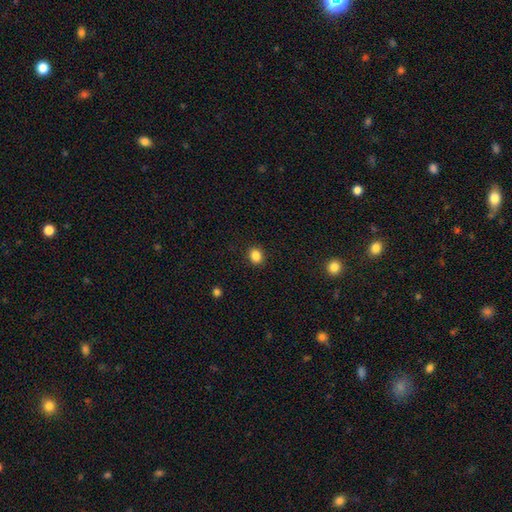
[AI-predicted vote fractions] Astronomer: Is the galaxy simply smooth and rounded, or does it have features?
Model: smooth — 86%.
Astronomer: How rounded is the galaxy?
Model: round — 58% (runner-up: in between, 41%).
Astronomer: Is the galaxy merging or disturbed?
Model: none — 90%.